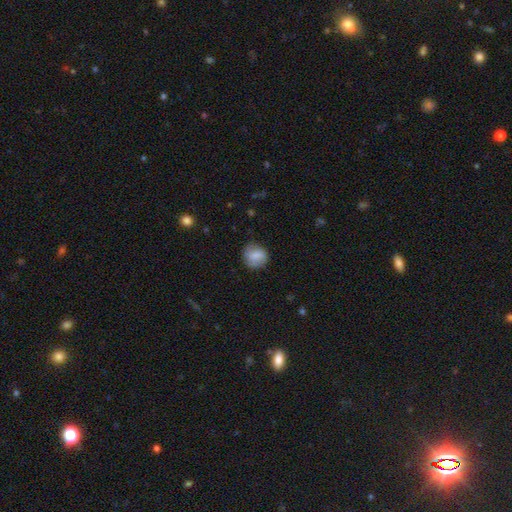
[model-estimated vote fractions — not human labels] A smooth galaxy with no disk features (79%) that is round (82%).

Vote fractions:
- Smooth or featured? smooth: 79% / featured or disk: 13% / star or artifact: 8%
- How rounded? round: 82% / in between: 17% / cigar-shaped: 1%
- Merging? none: 77% / minor disturbance: 17% / major disturbance: 5% / merger: 1%